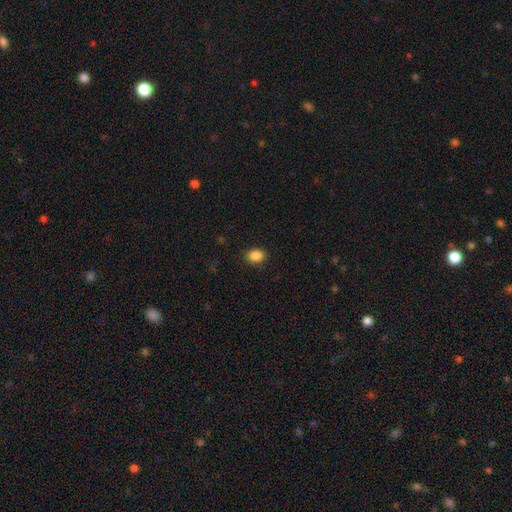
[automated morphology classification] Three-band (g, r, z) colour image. It shows a smooth galaxy with no disk features (87%) that is in between round and cigar-shaped (55%). Merging: none (89%).